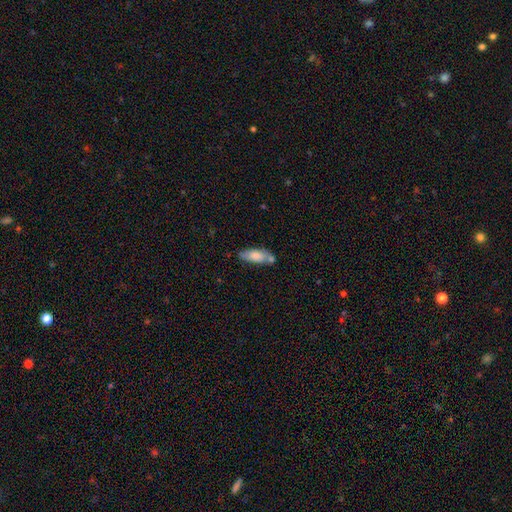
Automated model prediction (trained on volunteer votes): smooth_or_featured: smooth (p=0.75) [alt: featured or disk p=0.18]
how_rounded: in between (p=0.67) [alt: cigar-shaped p=0.31]
merging: none (p=0.56) [alt: minor disturbance p=0.20]